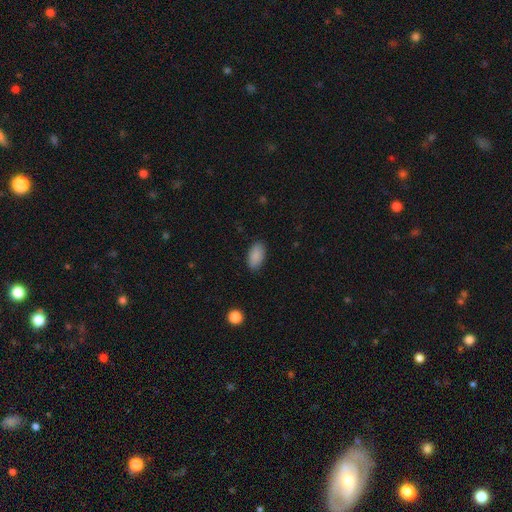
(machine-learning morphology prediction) type=smooth (89%); roundness=in between (94%); merging=none (87%).